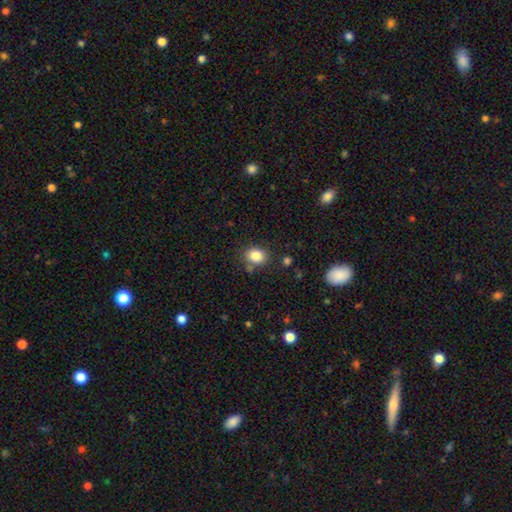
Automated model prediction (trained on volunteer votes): smooth-or-featured: smooth: 84% | star or artifact: 10% | featured or disk: 6%
  how-rounded: round: 50% | in between: 49% | cigar-shaped: 1%
  merging: none: 79% | minor disturbance: 13% | merger: 5% | major disturbance: 3%